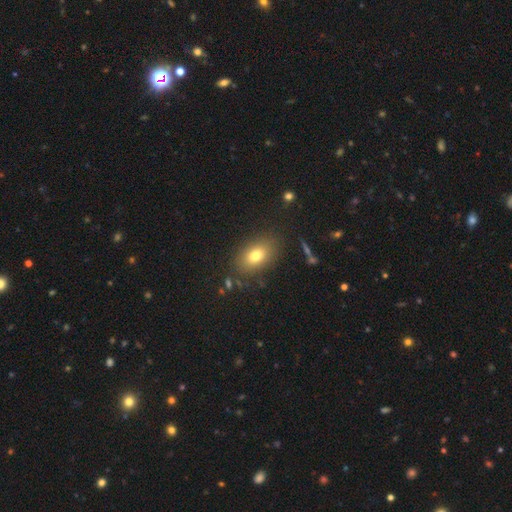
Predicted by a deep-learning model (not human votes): A smooth galaxy with no disk features (76%) that is in between round and cigar-shaped (82%). Merging: none (84%).